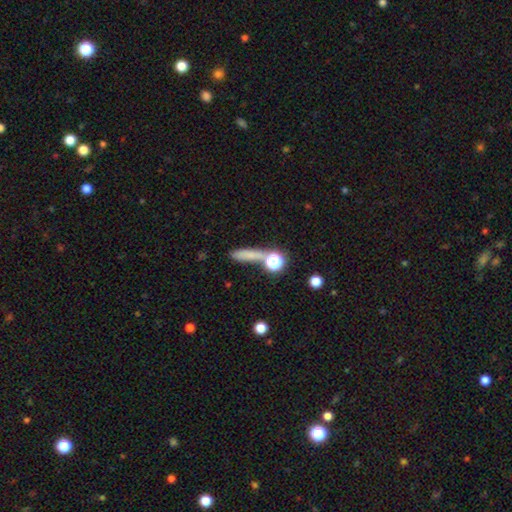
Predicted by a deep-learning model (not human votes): smooth_or_featured: smooth (p=0.54) [alt: star or artifact p=0.25]
how_rounded: cigar-shaped (p=0.53) [alt: round p=0.28]
merging: none (p=0.61) [alt: merger p=0.18]